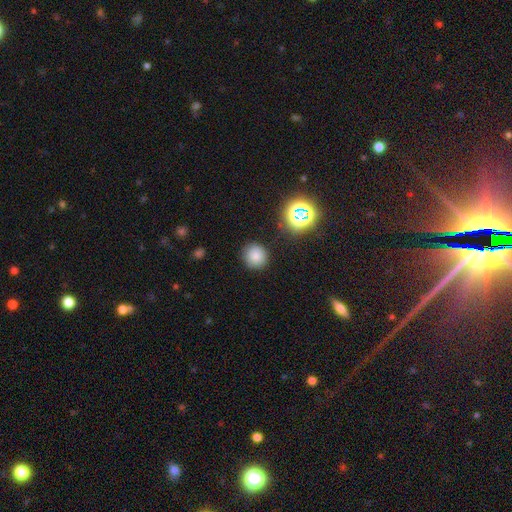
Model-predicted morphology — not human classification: A smooth galaxy with no disk features (79%) that is round (92%). Merging: none (87%).